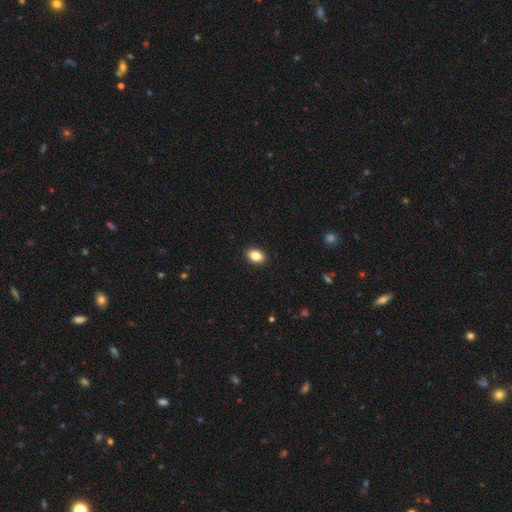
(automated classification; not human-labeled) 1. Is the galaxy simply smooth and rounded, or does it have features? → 85% smooth, 8% star or artifact, 6% featured or disk.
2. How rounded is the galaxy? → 85% in between, 13% round, 1% cigar-shaped.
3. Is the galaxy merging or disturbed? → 91% none, 6% minor disturbance, 2% major disturbance, 1% merger.